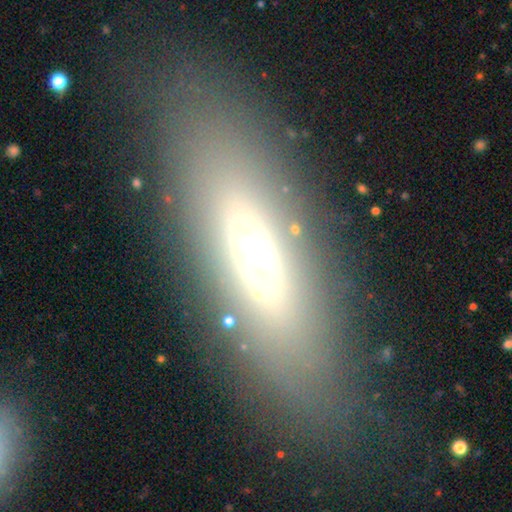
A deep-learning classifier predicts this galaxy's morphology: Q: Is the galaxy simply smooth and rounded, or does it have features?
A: smooth — 54%.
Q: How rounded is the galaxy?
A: in between — 55%.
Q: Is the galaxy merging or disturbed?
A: none — 79%.